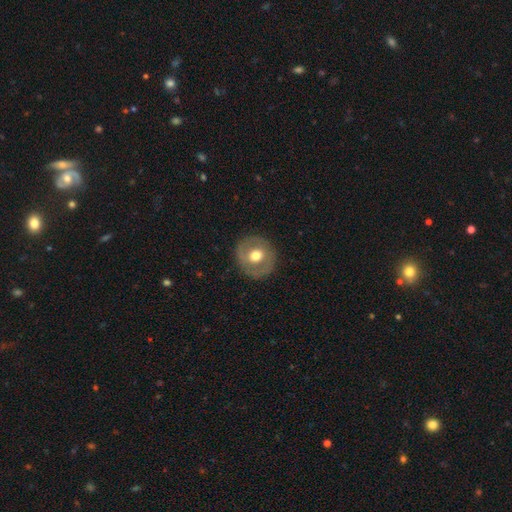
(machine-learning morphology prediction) smooth 51%, featured or disk 42%, star or artifact 7%. Down the decision tree: how rounded — round (89%); merging — none (87%).